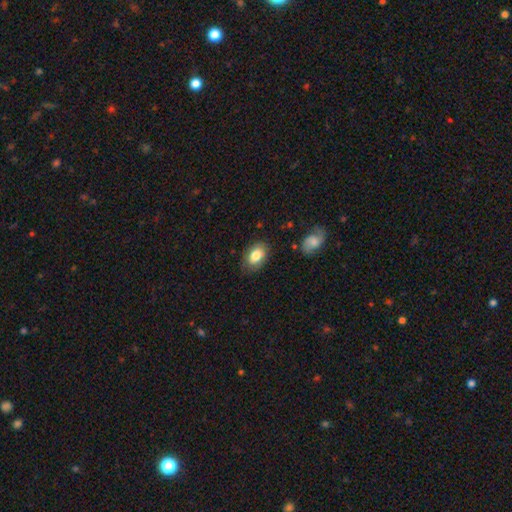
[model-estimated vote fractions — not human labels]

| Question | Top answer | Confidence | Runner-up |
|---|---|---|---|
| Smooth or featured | smooth | 80% | featured or disk (13%) |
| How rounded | in between | 89% | round (9%) |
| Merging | none | 79% | minor disturbance (16%) |